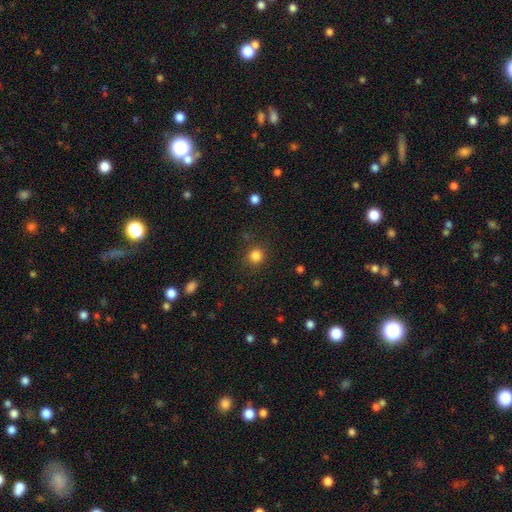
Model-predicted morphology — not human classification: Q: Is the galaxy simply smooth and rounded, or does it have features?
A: smooth — 84%.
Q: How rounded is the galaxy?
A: round — 91%.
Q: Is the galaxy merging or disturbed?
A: none — 86%.